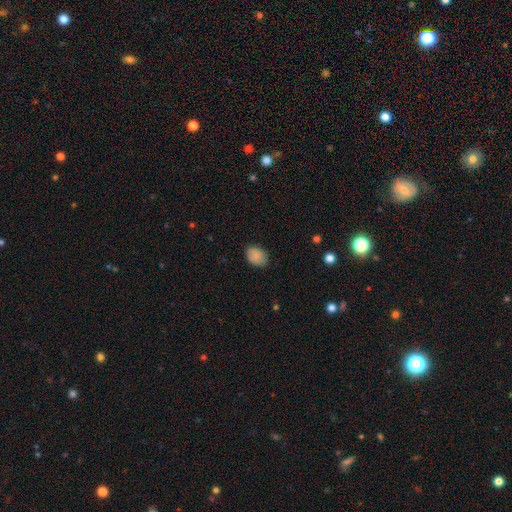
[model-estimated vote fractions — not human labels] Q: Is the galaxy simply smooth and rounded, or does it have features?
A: smooth — 87%.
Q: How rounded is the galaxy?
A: in between — 76%.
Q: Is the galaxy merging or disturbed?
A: none — 80%.